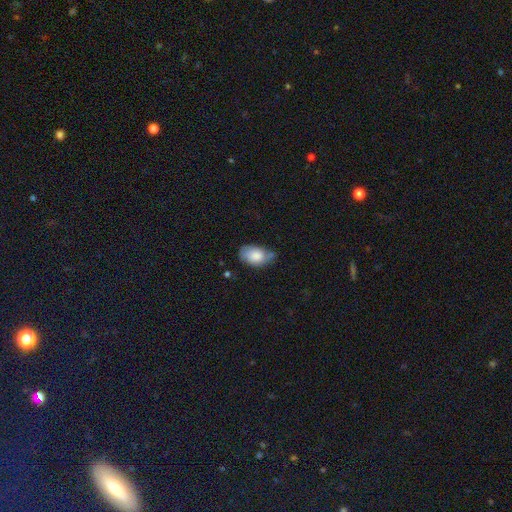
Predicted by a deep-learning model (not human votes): smooth 73%, featured or disk 20%, star or artifact 7%. Down the decision tree: how rounded — in between (92%); merging — none (51%).